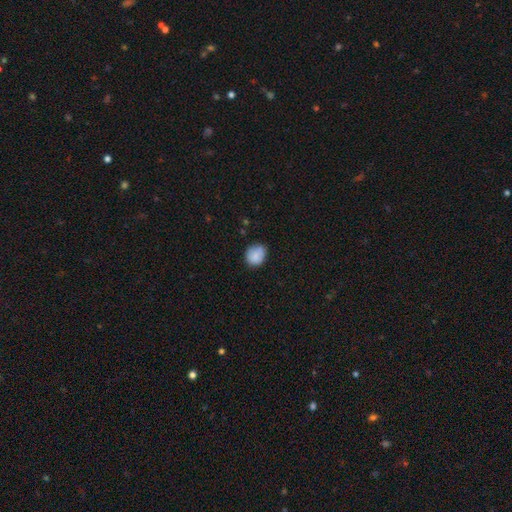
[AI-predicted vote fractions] smooth 84%, featured or disk 8%, star or artifact 8%. Down the decision tree: how rounded — round (63%); merging — none (72%).